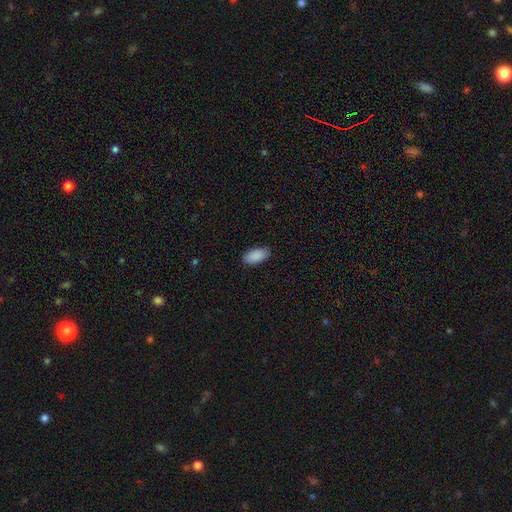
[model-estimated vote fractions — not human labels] smooth 90%, star or artifact 6%, featured or disk 3%. Down the decision tree: how rounded — in between (94%); merging — none (87%).